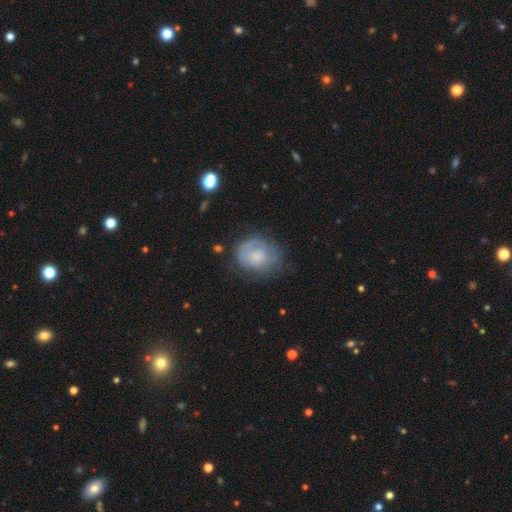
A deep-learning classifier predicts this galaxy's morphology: Overall: smooth (54%; featured or disk 37%). How rounded: round (52%; in between 47%). Merging: none (60%; minor disturbance 25%).